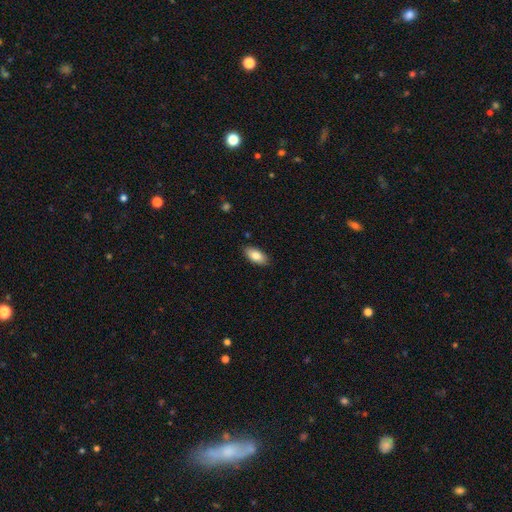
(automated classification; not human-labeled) Smooth or featured: smooth — 83% (featured or disk — 11%)
How rounded: in between — 91% (cigar-shaped — 6%)
Merging: none — 88% (minor disturbance — 9%)